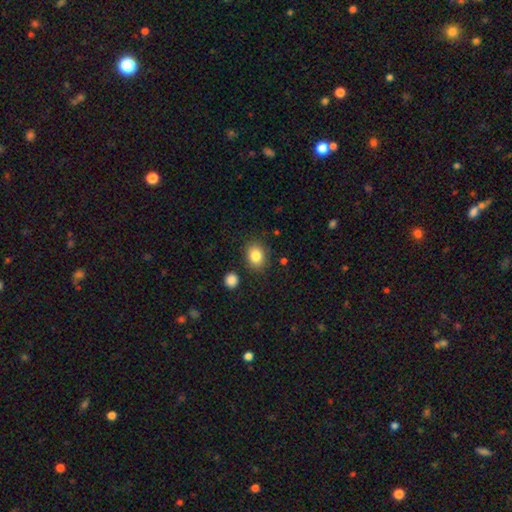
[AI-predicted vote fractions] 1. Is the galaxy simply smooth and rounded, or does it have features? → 84% smooth, 9% star or artifact, 7% featured or disk.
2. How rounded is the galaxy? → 53% in between, 46% round, 1% cigar-shaped.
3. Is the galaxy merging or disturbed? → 85% none, 9% minor disturbance, 3% merger, 3% major disturbance.